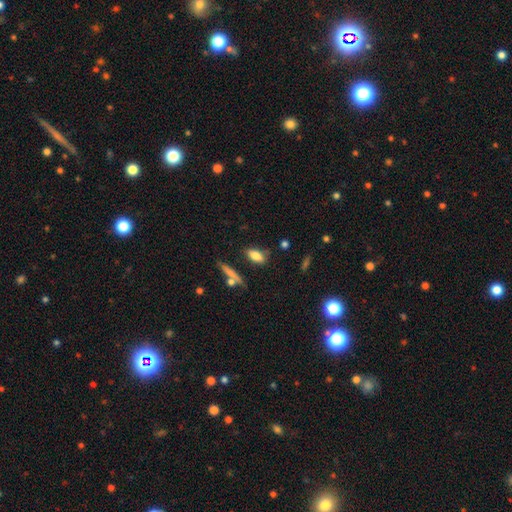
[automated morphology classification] Smooth or featured?
  - smooth: 78% *
  - featured or disk: 12%
  - star or artifact: 9%
How rounded?
  - in between: 78% *
  - cigar-shaped: 17%
  - round: 5%
Merging?
  - none: 69% *
  - minor disturbance: 19%
  - merger: 6%
  - major disturbance: 6%